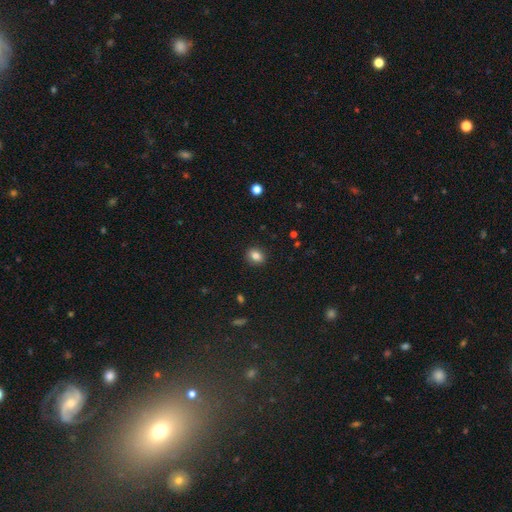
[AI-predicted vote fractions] A smooth galaxy with no disk features (85%) that is in between round and cigar-shaped (58%). Merging: none (88%).